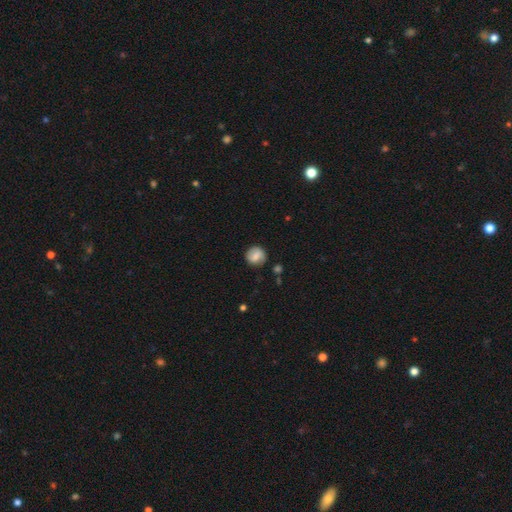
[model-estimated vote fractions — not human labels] smooth 64%, featured or disk 27%, star or artifact 9%. Down the decision tree: how rounded — round (86%); merging — none (78%).